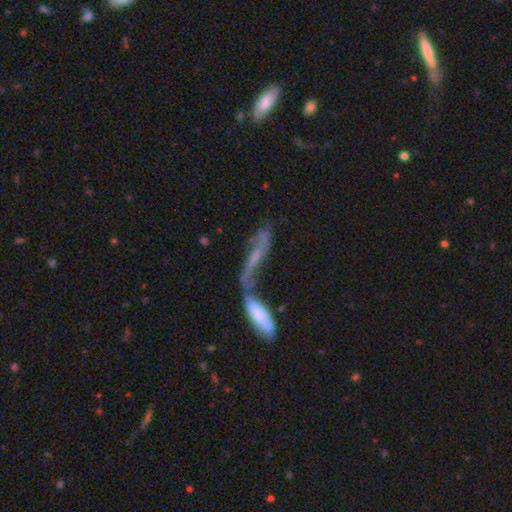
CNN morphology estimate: type=featured or disk (57%); edge-on=no (67%); merging=merger (66%).